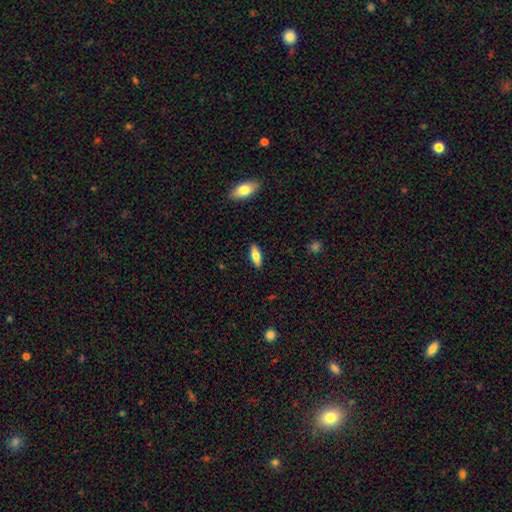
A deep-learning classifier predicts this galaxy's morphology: This appears to be a smooth galaxy with no disk features (70%) that is in between round and cigar-shaped (66%). Merging: none (89%).